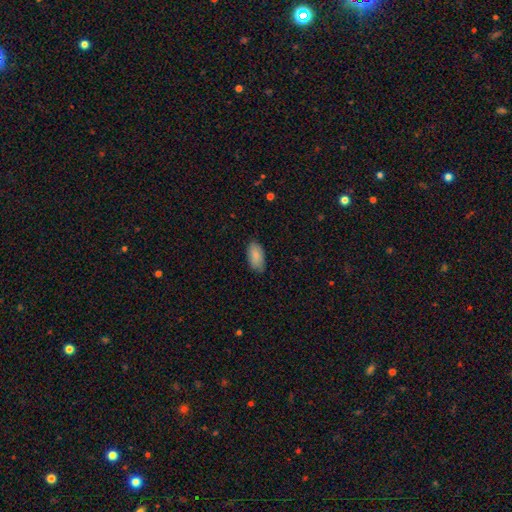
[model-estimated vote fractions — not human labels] smooth 87%, featured or disk 7%, star or artifact 6%. Down the decision tree: how rounded — in between (93%); merging — none (80%).